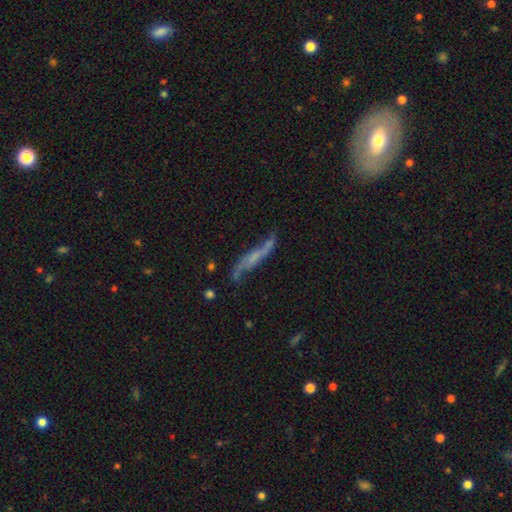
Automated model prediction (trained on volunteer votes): Q: Smooth or featured?
A: featured or disk (68%); runner-up: smooth (23%)
Q: Edge-on disk?
A: no (62%); runner-up: yes (38%)
Q: Merging?
A: none (52%); runner-up: minor disturbance (24%)